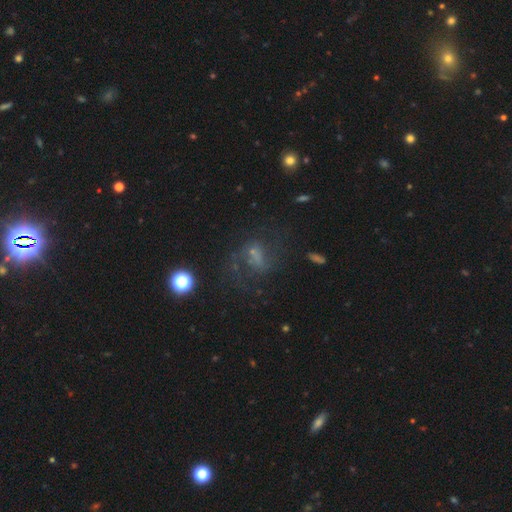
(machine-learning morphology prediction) This is possibly a featured or disk galaxy (47%). Merging: marginally none (44%).